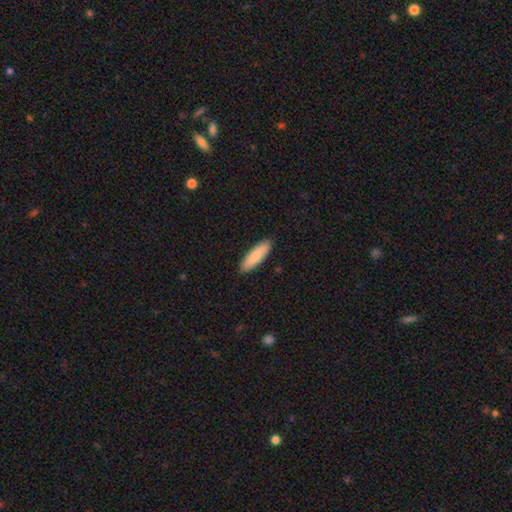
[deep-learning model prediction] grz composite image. It shows a smooth galaxy with no disk features (83%) that is cigar-shaped (53%). Merging: none (90%).